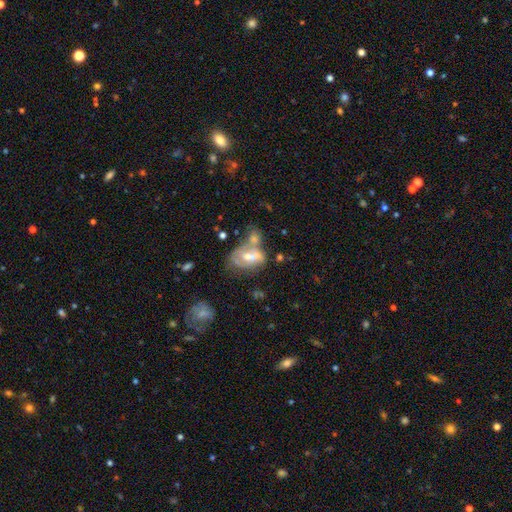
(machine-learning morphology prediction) Overall: featured or disk (48%; smooth 35%). Merging: merger (43%; none 34%).